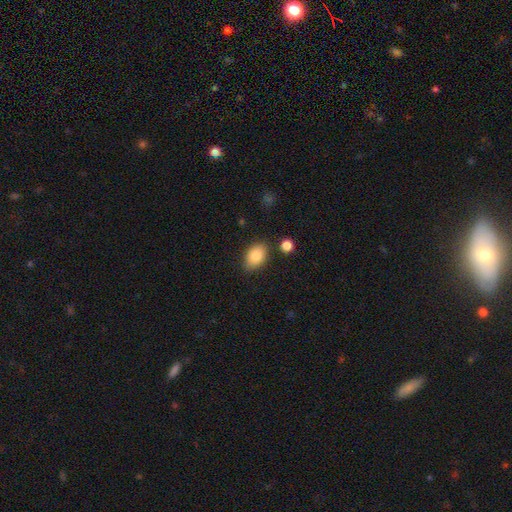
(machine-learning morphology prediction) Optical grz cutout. It shows a smooth galaxy with no disk features (86%) that is in between round and cigar-shaped (86%). Merging: none (81%).